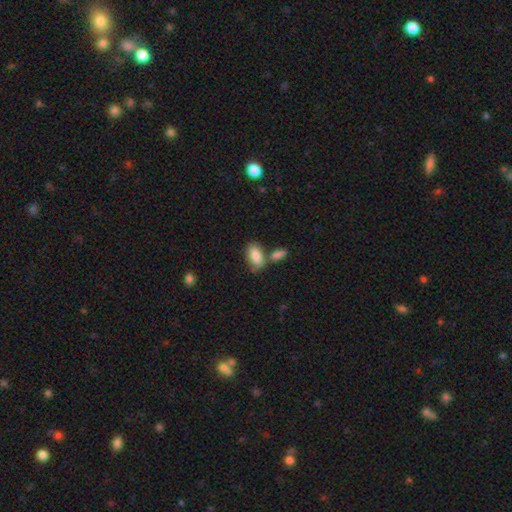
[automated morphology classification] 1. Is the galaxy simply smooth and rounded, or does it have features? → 85% smooth, 9% featured or disk, 6% star or artifact.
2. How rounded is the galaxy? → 91% in between, 5% cigar-shaped, 4% round.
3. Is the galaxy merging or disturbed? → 57% none, 26% merger, 13% minor disturbance, 4% major disturbance.